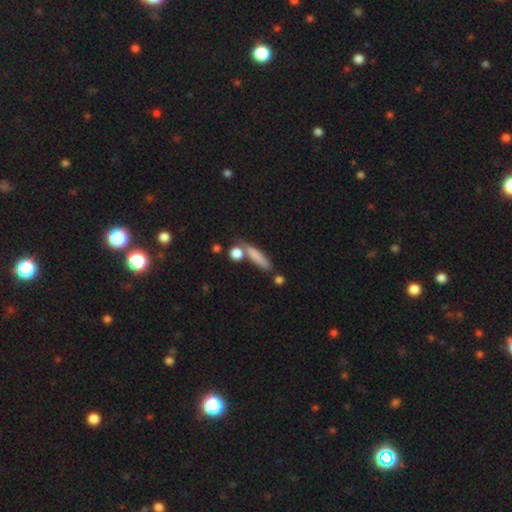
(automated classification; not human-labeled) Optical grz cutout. It shows a smooth galaxy with no disk features (76%) that is cigar-shaped (77%). Merging: none (67%).